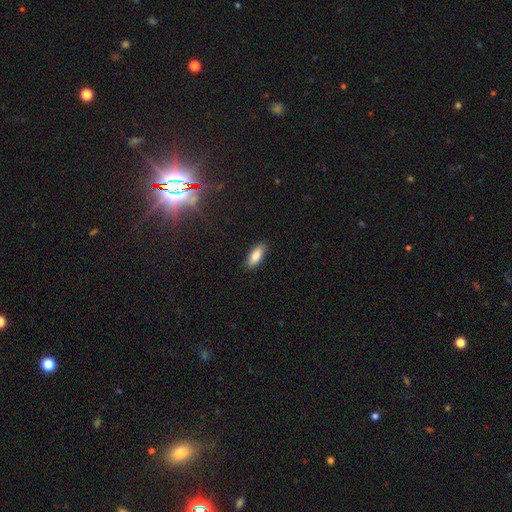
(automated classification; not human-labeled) smooth_or_featured: smooth (p=0.85) [alt: featured or disk p=0.08]
how_rounded: in between (p=0.76) [alt: cigar-shaped p=0.22]
merging: none (p=0.88) [alt: minor disturbance p=0.09]